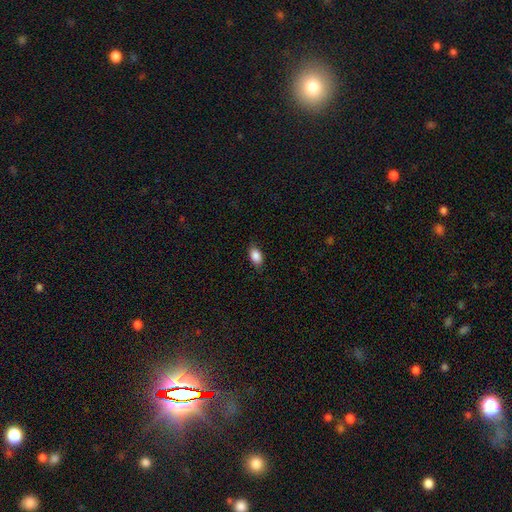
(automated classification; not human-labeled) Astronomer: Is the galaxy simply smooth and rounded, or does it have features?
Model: smooth — 87%.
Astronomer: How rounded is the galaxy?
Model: in between — 89%.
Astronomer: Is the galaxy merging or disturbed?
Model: none — 83%.